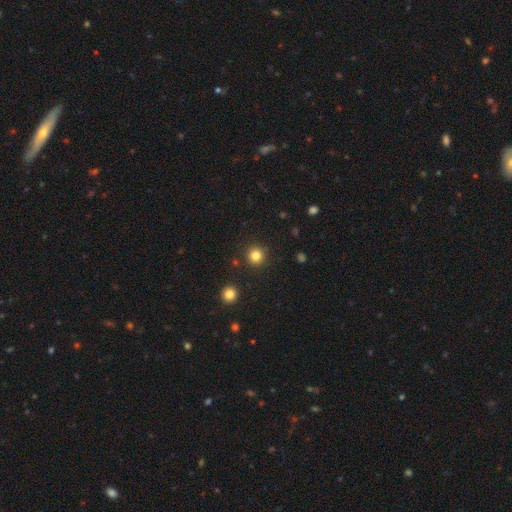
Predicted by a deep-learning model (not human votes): smooth-or-featured: smooth: 82% | star or artifact: 13% | featured or disk: 5%
  how-rounded: round: 94% | in between: 5% | cigar-shaped: 1%
  merging: none: 90% | minor disturbance: 6% | major disturbance: 2% | merger: 2%